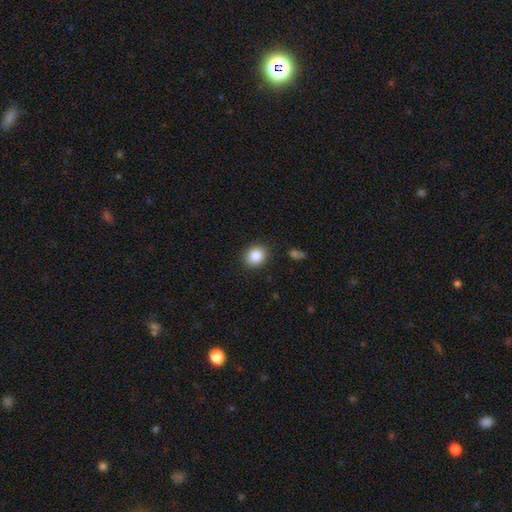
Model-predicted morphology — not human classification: smooth-or-featured: smooth: 86% | star or artifact: 9% | featured or disk: 5%
  how-rounded: round: 67% | in between: 32% | cigar-shaped: 1%
  merging: none: 88% | minor disturbance: 8% | major disturbance: 2% | merger: 1%